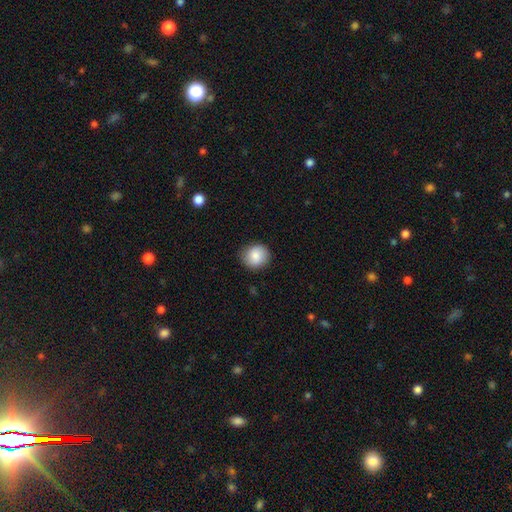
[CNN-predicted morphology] smooth-or-featured: smooth: 84% | featured or disk: 9% | star or artifact: 7%
  how-rounded: round: 83% | in between: 16% | cigar-shaped: 1%
  merging: none: 85% | minor disturbance: 11% | major disturbance: 3% | merger: 1%